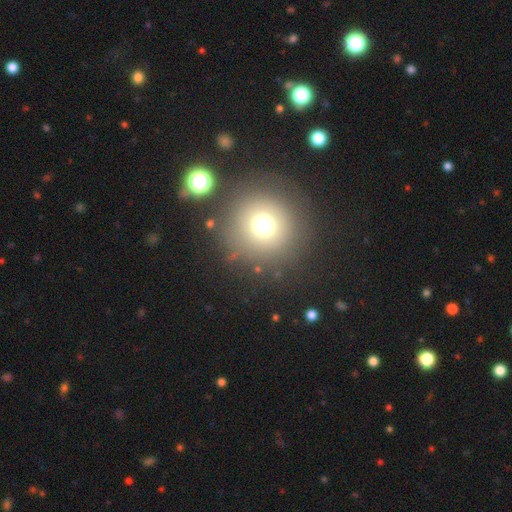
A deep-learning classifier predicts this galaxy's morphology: A smooth galaxy with no disk features (62%) that is round (95%). Merging: none (86%).